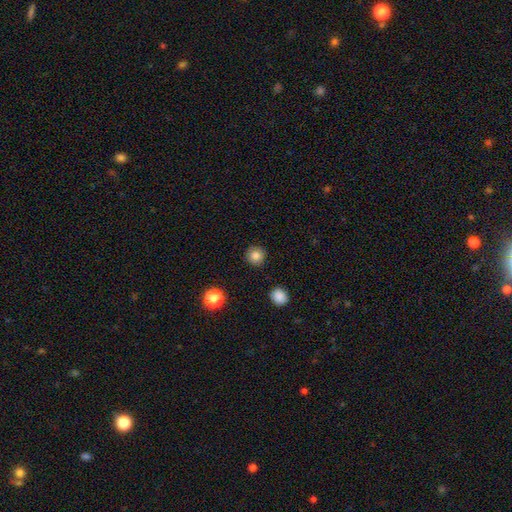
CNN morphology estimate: Overall: smooth (82%). How rounded: round (94%). Merging: none (91%).